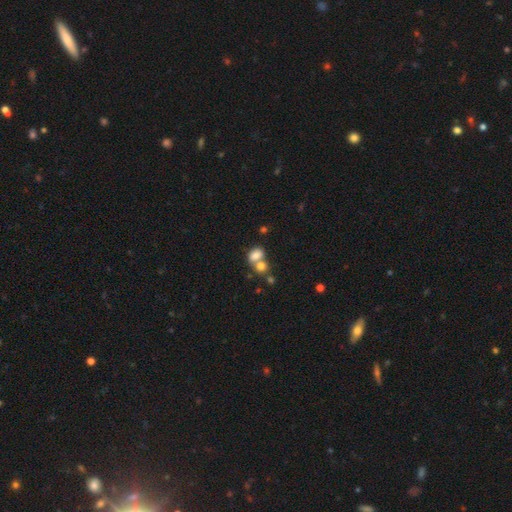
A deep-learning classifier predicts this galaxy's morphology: Smooth or featured? Predicted: smooth (p=0.78). How rounded? Predicted: in between (p=0.72). Merging? Predicted: merger (p=0.57).